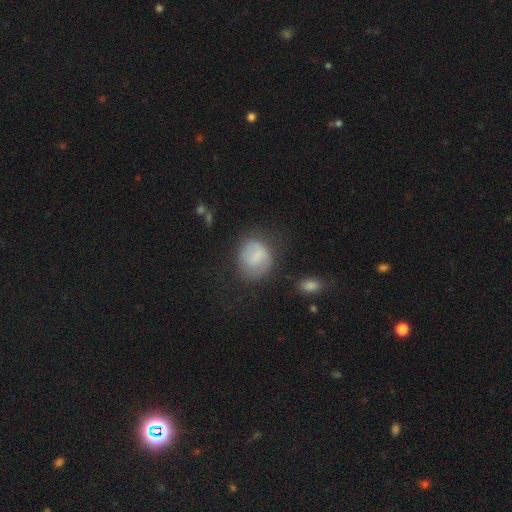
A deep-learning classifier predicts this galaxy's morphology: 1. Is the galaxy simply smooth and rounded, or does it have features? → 64% smooth, 28% featured or disk, 9% star or artifact.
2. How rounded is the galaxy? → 63% round, 35% in between, 1% cigar-shaped.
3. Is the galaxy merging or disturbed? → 61% none, 23% minor disturbance, 13% major disturbance, 3% merger.